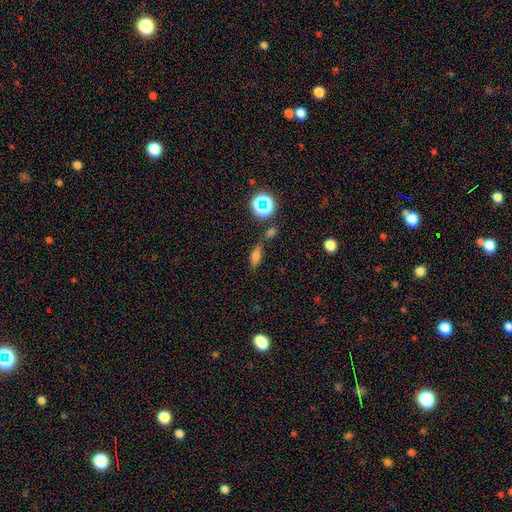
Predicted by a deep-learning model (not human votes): smooth-or-featured: smooth: 68% | star or artifact: 20% | featured or disk: 12%
  how-rounded: in between: 66% | cigar-shaped: 25% | round: 9%
  merging: none: 55% | merger: 20% | minor disturbance: 17% | major disturbance: 8%